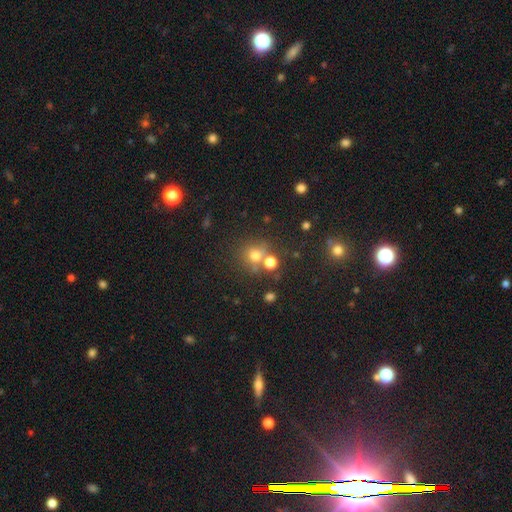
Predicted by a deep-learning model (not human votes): This is likely a smooth galaxy (66%). How rounded: clearly round (86%). Merging: likely none (64%).